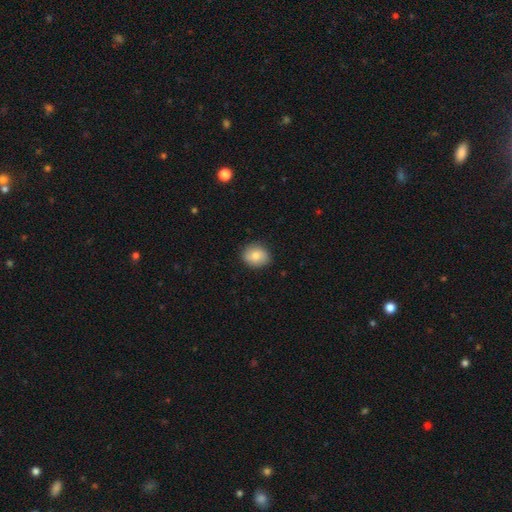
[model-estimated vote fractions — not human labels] smooth_or_featured: smooth (p=0.82) [alt: featured or disk p=0.10]
how_rounded: round (p=0.61) [alt: in between p=0.38]
merging: none (p=0.86) [alt: minor disturbance p=0.10]